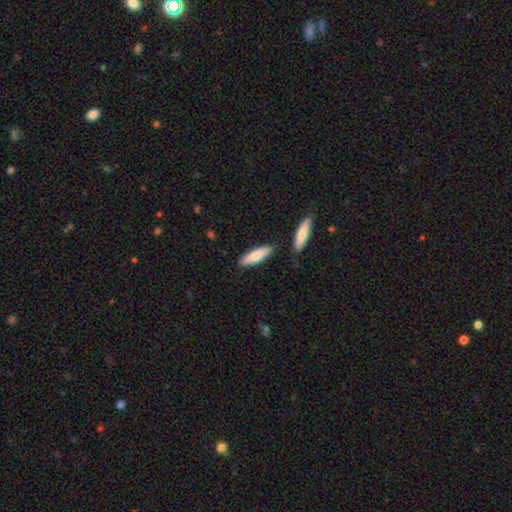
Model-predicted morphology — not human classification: This is likely a smooth galaxy (77%). How rounded: likely cigar-shaped (69%). Merging: clearly none (83%).